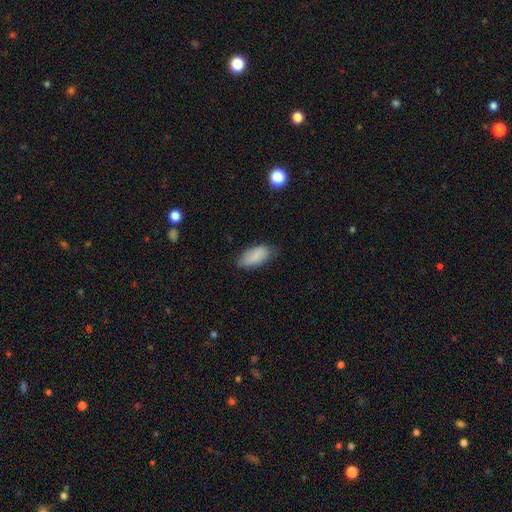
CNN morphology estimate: Smooth or featured? smooth (87%)
How rounded? in between (91%)
Merging? none (77%)